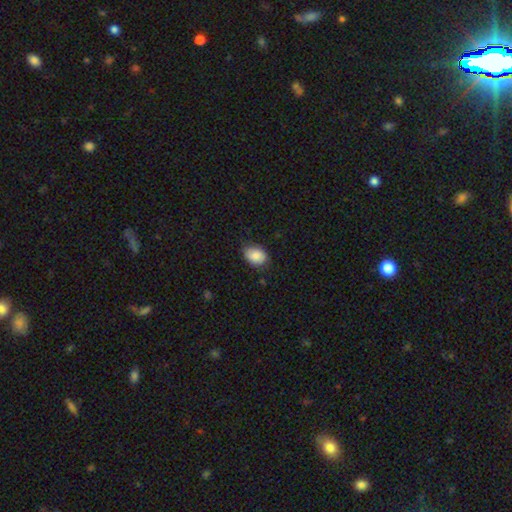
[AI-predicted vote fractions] smooth-or-featured: smooth: 83% | featured or disk: 9% | star or artifact: 7%
  how-rounded: in between: 76% | round: 23% | cigar-shaped: 1%
  merging: none: 73% | minor disturbance: 22% | major disturbance: 4% | merger: 1%